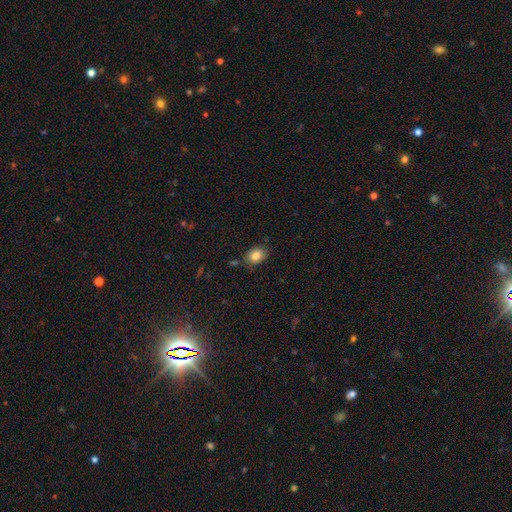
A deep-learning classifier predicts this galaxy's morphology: Smooth or featured?
  - smooth: 84% *
  - star or artifact: 9%
  - featured or disk: 7%
How rounded?
  - in between: 65% *
  - round: 34%
  - cigar-shaped: 1%
Merging?
  - none: 78% *
  - minor disturbance: 15%
  - merger: 4%
  - major disturbance: 3%